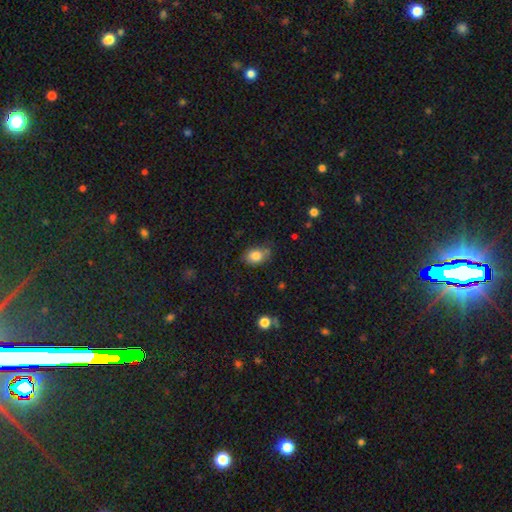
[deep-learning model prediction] Smooth or featured?
  - smooth: 82% *
  - star or artifact: 9%
  - featured or disk: 8%
How rounded?
  - in between: 67% *
  - round: 32%
  - cigar-shaped: 1%
Merging?
  - none: 66% *
  - minor disturbance: 25%
  - major disturbance: 5%
  - merger: 4%